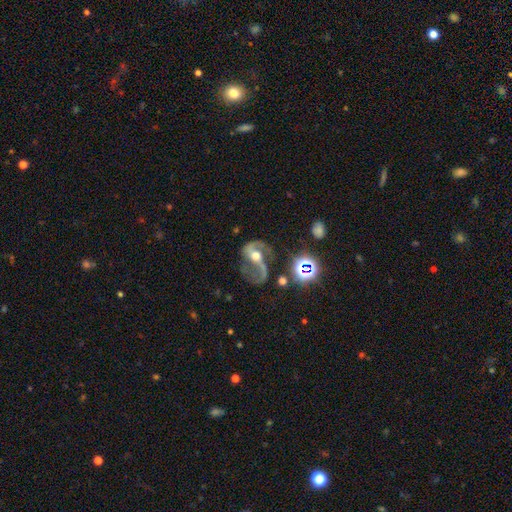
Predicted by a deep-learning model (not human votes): A featured or disk galaxy (82%) with a strong bar (36%), 2 (84%) loose (54%) spiral arms (93%) and a moderate central bulge (70%).

Vote fractions:
- Smooth or featured? featured or disk: 82% / star or artifact: 10% / smooth: 8%
- Edge-on disk? no: 97% / yes: 3%
- Bar? strong: 36% / weak: 34% / no: 30%
- Spiral arms? yes: 93% / no: 7%
- Spiral winding? loose: 54% / medium: 39% / tight: 7%
- Spiral arm count? 2: 84% / 1: 9% / can't tell: 3% / 3: 2% / 4: 1% / more than 4: 1%
- Bulge size? moderate: 70% / small: 16% / large: 11% / none: 2% / dominant: 2%
- Merging? none: 51% / major disturbance: 25% / minor disturbance: 19% / merger: 5%